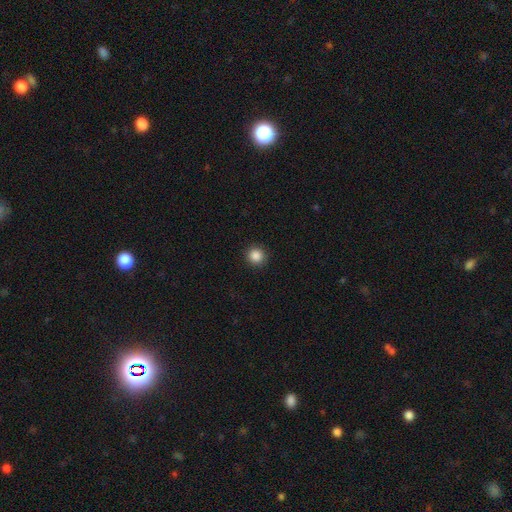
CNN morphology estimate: This is clearly a smooth galaxy (86%). How rounded: clearly round (94%). Merging: clearly none (92%).